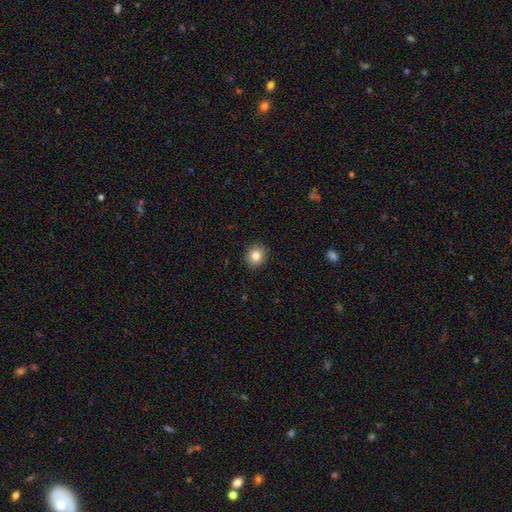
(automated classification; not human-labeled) Smooth or featured: smooth — 84% (star or artifact — 10%)
How rounded: round — 82% (in between — 18%)
Merging: none — 91% (minor disturbance — 6%)